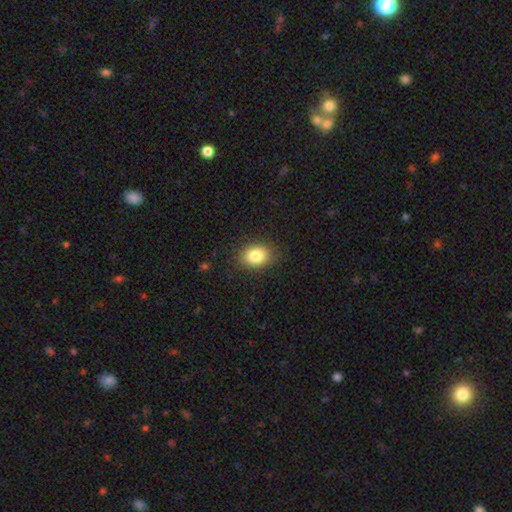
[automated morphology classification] Smooth or featured?
  - smooth: 83% *
  - star or artifact: 9%
  - featured or disk: 7%
How rounded?
  - in between: 67% *
  - round: 32%
  - cigar-shaped: 1%
Merging?
  - none: 87% *
  - minor disturbance: 10%
  - major disturbance: 3%
  - merger: 1%